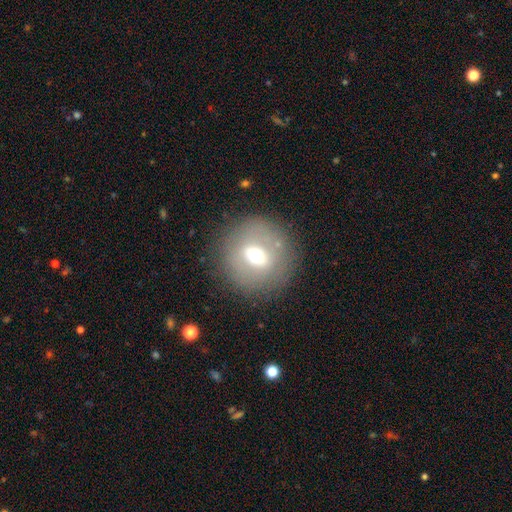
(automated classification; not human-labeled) Smooth or featured: smooth — 53% (featured or disk — 34%)
How rounded: round — 91% (in between — 8%)
Merging: none — 84% (minor disturbance — 9%)